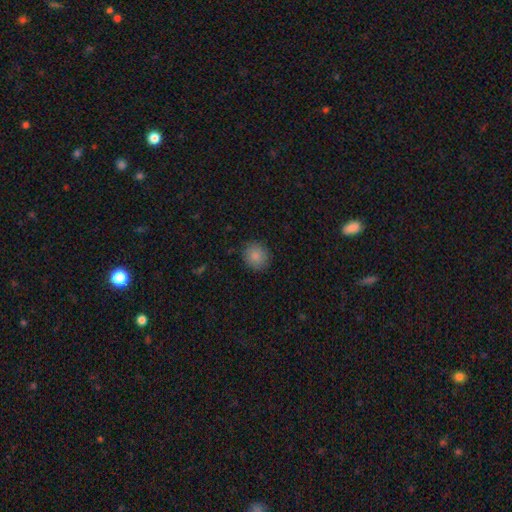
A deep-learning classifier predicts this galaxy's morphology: Smooth or featured? Predicted: smooth (p=0.87). How rounded? Predicted: round (p=0.86). Merging? Predicted: none (p=0.87).